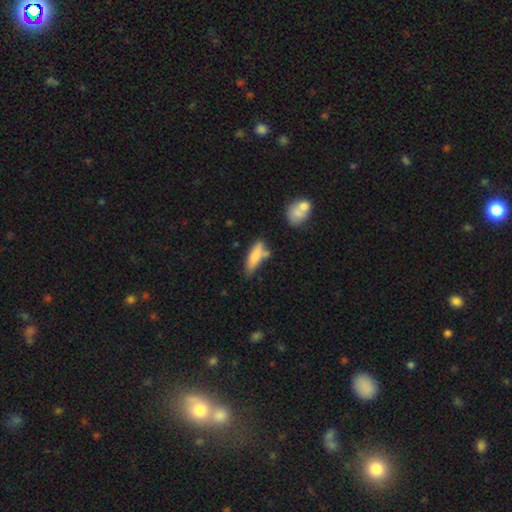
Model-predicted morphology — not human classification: The model was most divided on "how rounded": cigar-shaped: 55%, in between: 42%, round: 2%. More confident: smooth or featured — smooth (78%); merging — none (57%).